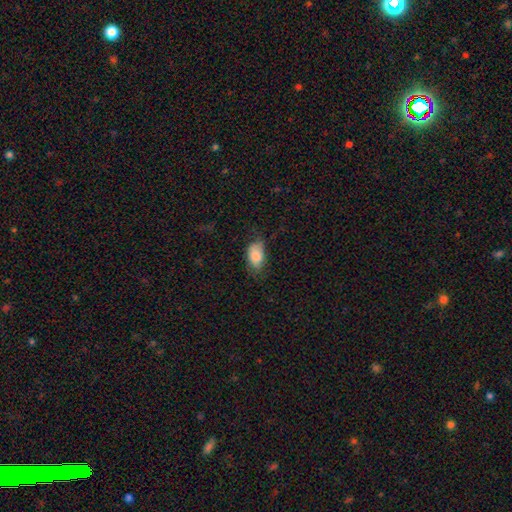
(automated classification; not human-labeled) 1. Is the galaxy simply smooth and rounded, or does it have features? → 82% smooth, 11% featured or disk, 7% star or artifact.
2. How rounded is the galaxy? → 92% in between, 6% round, 3% cigar-shaped.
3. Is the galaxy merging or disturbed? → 56% none, 31% minor disturbance, 12% major disturbance, 2% merger.